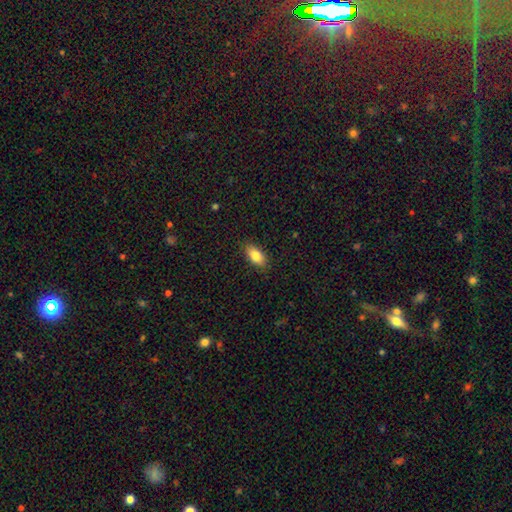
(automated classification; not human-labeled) Smooth or featured? smooth (83%)
How rounded? in between (89%)
Merging? none (87%)